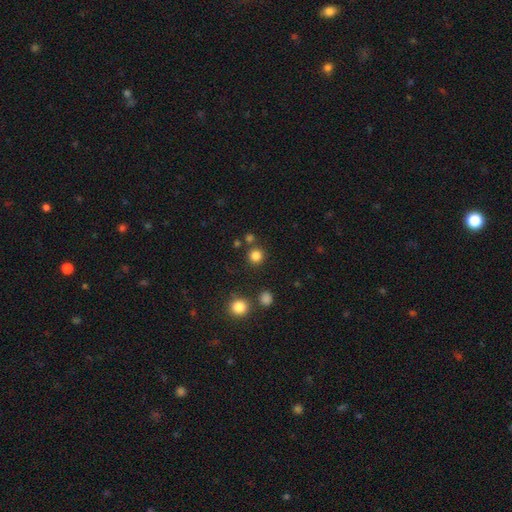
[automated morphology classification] This is clearly a smooth galaxy (82%). How rounded: clearly round (93%). Merging: clearly none (83%).